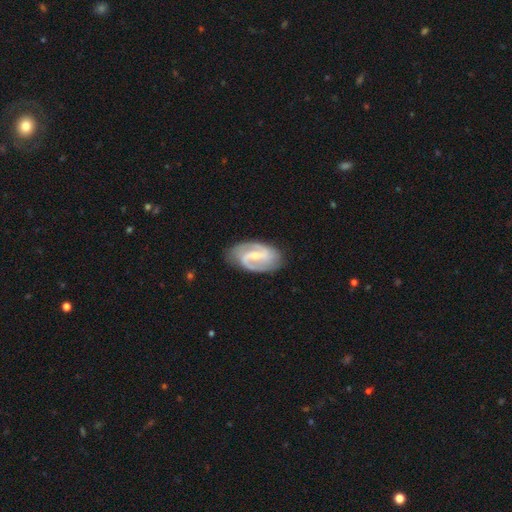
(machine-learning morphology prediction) type=featured or disk (89%); edge-on=no (97%); bar=weak (47%); spiral arms=yes (97%); winding=medium (52%); arm count=2 (90%); bulge=small (56%); merging=none (80%).